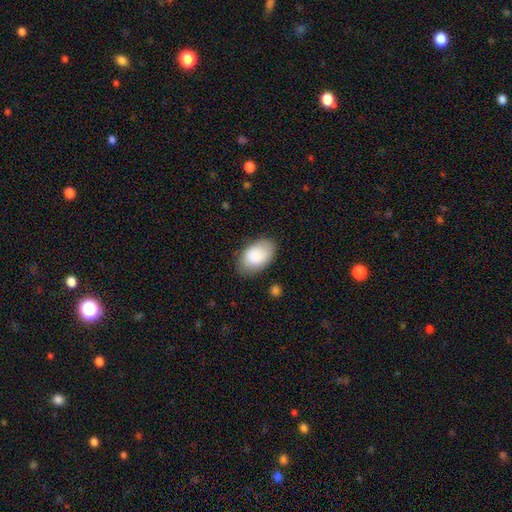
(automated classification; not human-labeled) Smooth or featured? Predicted: smooth (p=0.86). How rounded? Predicted: in between (p=0.91). Merging? Predicted: none (p=0.77).